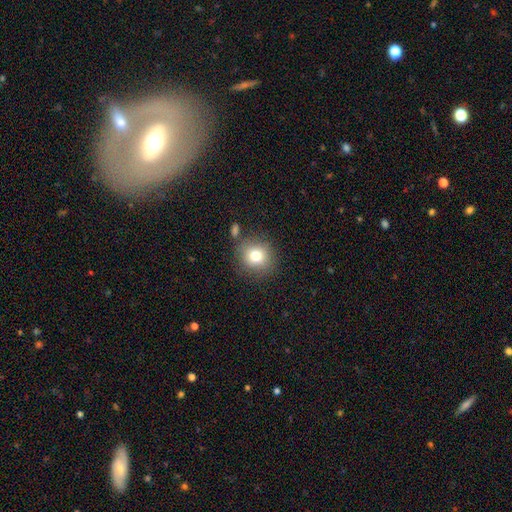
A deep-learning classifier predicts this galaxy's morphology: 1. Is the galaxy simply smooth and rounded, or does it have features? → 78% smooth, 11% star or artifact, 10% featured or disk.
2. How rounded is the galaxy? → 86% round, 13% in between, 1% cigar-shaped.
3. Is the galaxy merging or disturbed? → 78% none, 12% minor disturbance, 6% merger, 4% major disturbance.